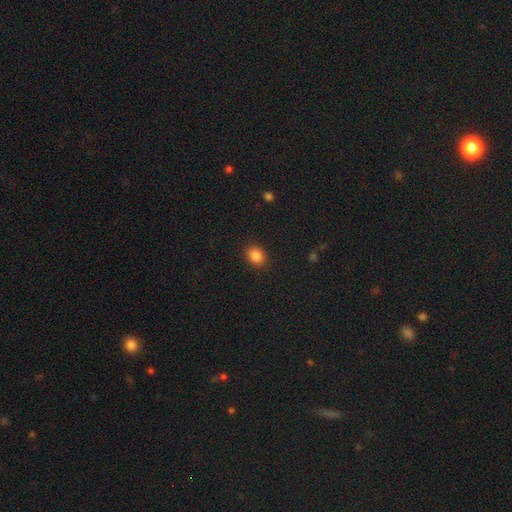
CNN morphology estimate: A smooth galaxy with no disk features (85%) that is in between round and cigar-shaped (50%). Merging: none (90%).